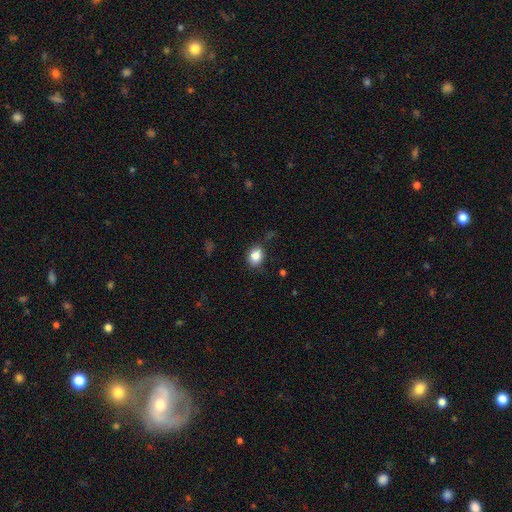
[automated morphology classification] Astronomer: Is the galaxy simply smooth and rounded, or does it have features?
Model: smooth — 85%.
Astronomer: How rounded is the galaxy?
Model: round — 54% (runner-up: in between, 45%).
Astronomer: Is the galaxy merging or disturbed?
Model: none — 78%.